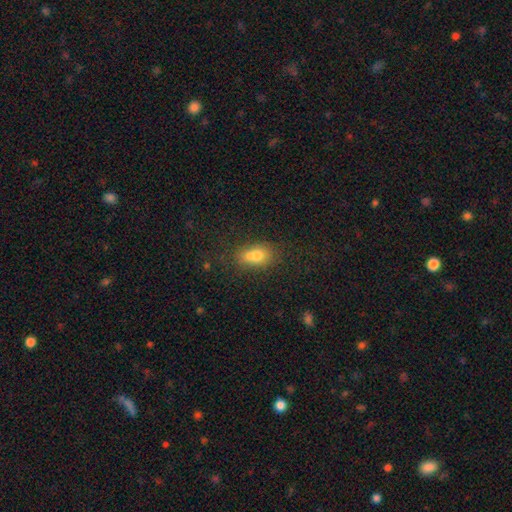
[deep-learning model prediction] smooth_or_featured: smooth (p=0.70) [alt: featured or disk p=0.18]
how_rounded: in between (p=0.67) [alt: round p=0.30]
merging: merger (p=0.47) [alt: none p=0.37]